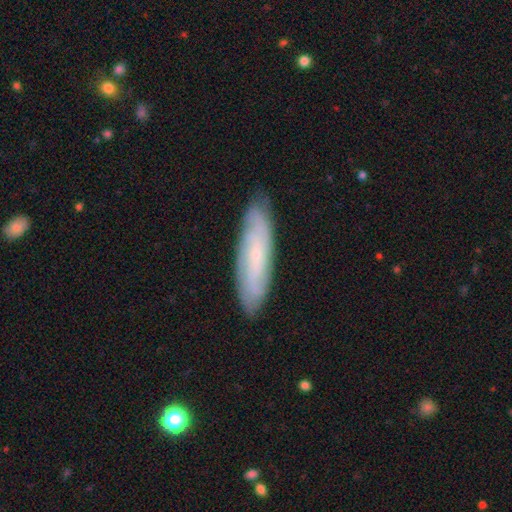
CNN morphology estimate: A featured or disk galaxy (63%). Merging: none (85%).